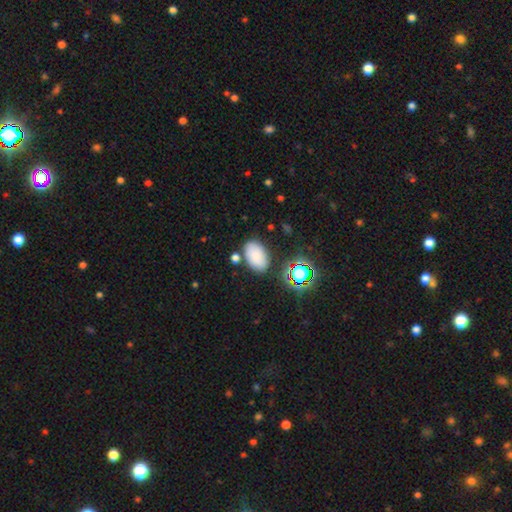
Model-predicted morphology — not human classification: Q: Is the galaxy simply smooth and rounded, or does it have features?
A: smooth — 79%.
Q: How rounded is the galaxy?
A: in between — 91%.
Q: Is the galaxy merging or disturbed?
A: none — 75%.